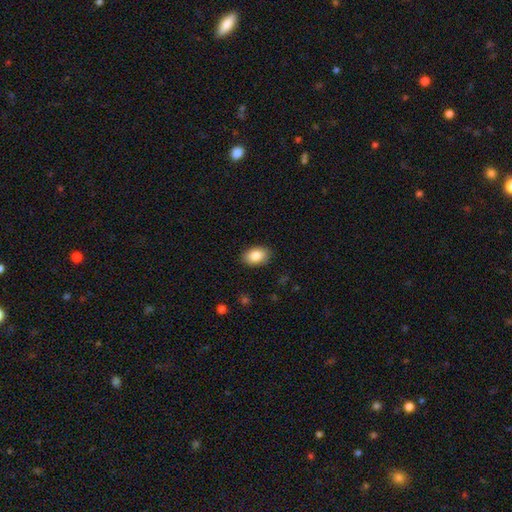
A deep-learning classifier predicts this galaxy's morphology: This appears to be a smooth galaxy with no disk features (87%) that is in between round and cigar-shaped (87%). Merging: none (88%).